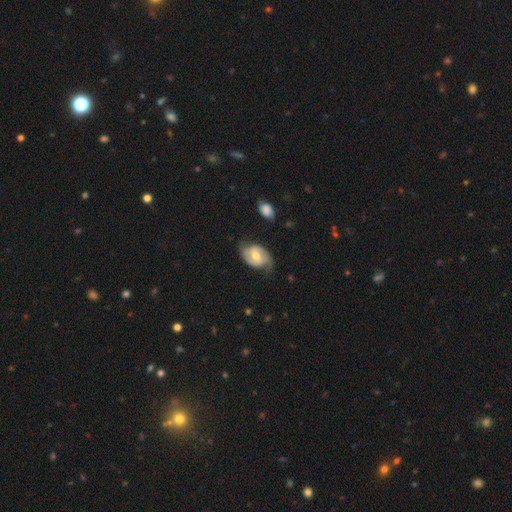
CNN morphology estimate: type=featured or disk (72%); edge-on=no (96%); bar=weak (45%); spiral arms=yes (88%); winding=medium (44%); arm count=2 (85%); bulge=moderate (69%); merging=none (65%).